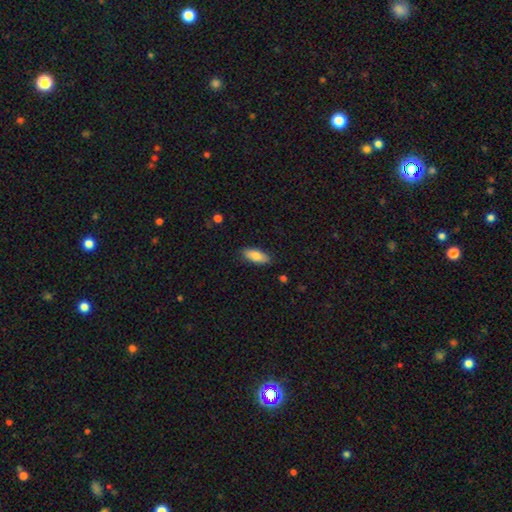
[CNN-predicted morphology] Q: Smooth or featured?
A: smooth (82%); runner-up: featured or disk (12%)
Q: How rounded?
A: in between (78%); runner-up: cigar-shaped (20%)
Q: Merging?
A: none (86%); runner-up: minor disturbance (10%)